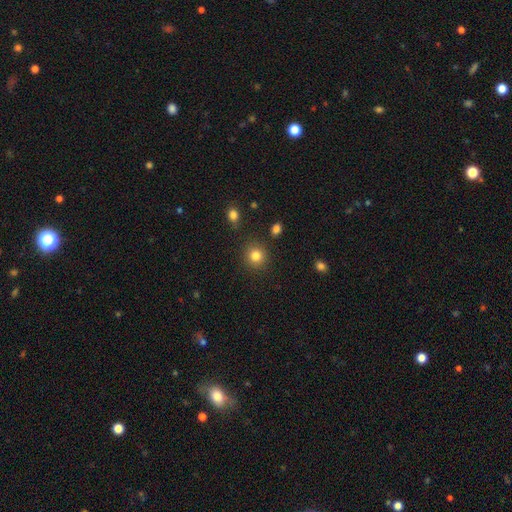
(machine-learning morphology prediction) The model was most divided on "smooth or featured": smooth: 83%, star or artifact: 11%, featured or disk: 6%. More confident: how rounded — round (91%); merging — none (88%).